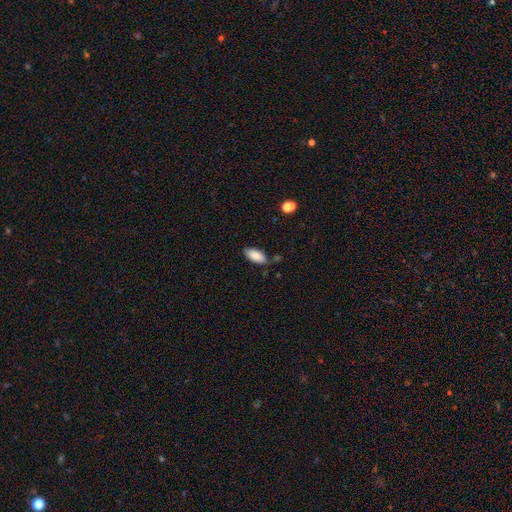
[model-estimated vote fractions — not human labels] A smooth galaxy with no disk features (85%) that is in between round and cigar-shaped (89%).

Vote fractions:
- Smooth or featured? smooth: 85% / featured or disk: 7% / star or artifact: 7%
- How rounded? in between: 89% / cigar-shaped: 8% / round: 2%
- Merging? none: 73% / minor disturbance: 19% / merger: 4% / major disturbance: 4%